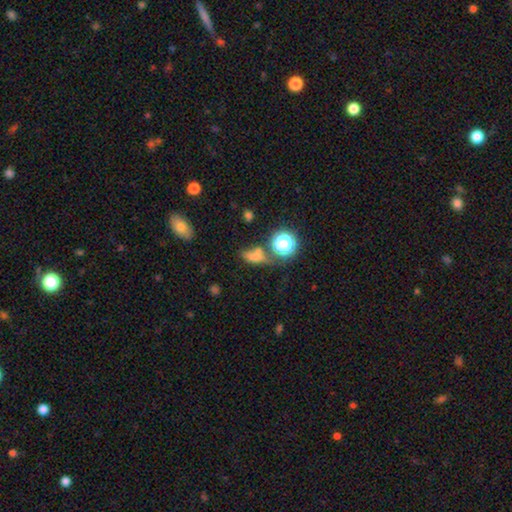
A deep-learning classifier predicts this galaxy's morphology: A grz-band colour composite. It shows a smooth galaxy with no disk features (61%) that is in between round and cigar-shaped (56%). Merging: none (48%).